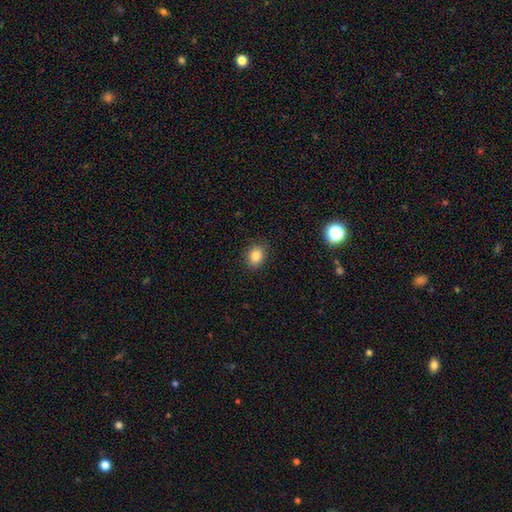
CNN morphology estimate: This is clearly a smooth galaxy (85%). How rounded: possibly in between (52%). Merging: clearly none (88%).